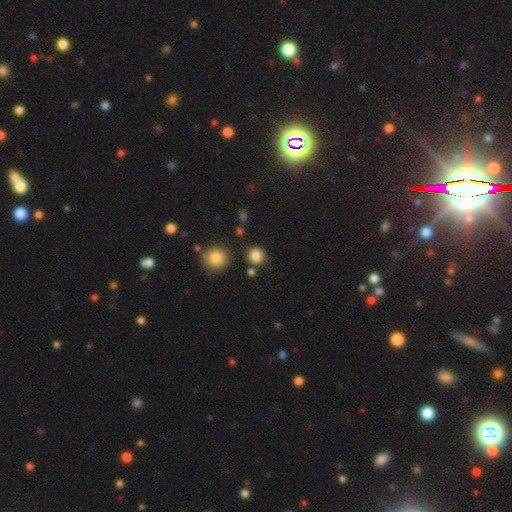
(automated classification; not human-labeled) This appears to be a smooth galaxy with no disk features (84%) that is round (88%). Merging: none (80%).